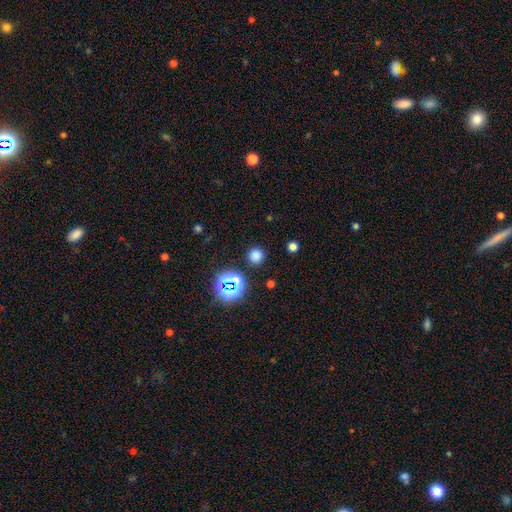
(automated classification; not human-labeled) smooth-or-featured: smooth: 72% | star or artifact: 23% | featured or disk: 5%
  how-rounded: round: 93% | in between: 6% | cigar-shaped: 1%
  merging: none: 88% | minor disturbance: 7% | major disturbance: 3% | merger: 2%